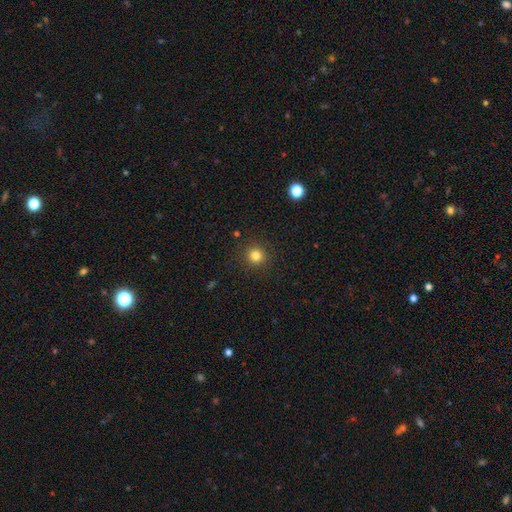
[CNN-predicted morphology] type=smooth (81%); roundness=round (93%); merging=none (91%).